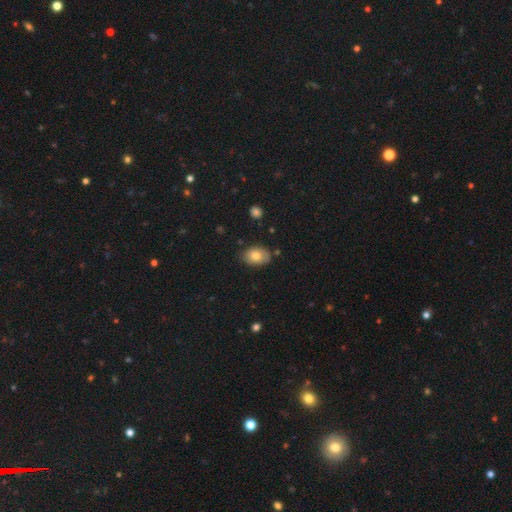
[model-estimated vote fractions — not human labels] The model was most divided on "merging": none: 77%, minor disturbance: 18%, major disturbance: 3%, merger: 2%. More confident: how rounded — in between (79%); smooth or featured — smooth (77%).